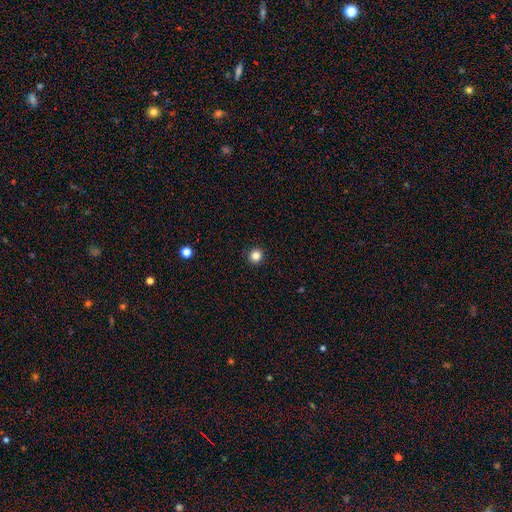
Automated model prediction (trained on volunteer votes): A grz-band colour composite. It shows a smooth galaxy with no disk features (85%) that is round (93%). Merging: none (93%).